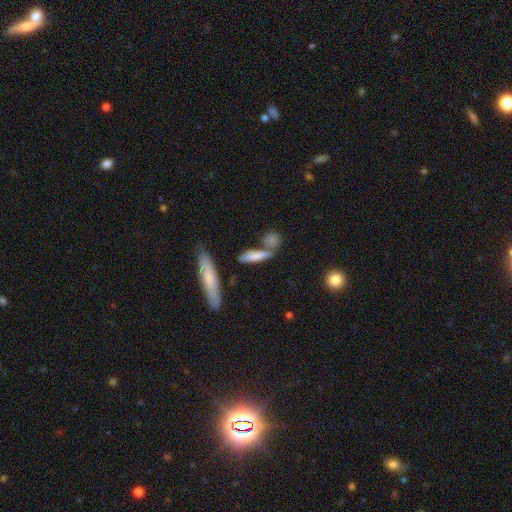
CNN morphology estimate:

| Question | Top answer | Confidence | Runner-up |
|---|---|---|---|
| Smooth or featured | smooth | 73% | featured or disk (20%) |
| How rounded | cigar-shaped | 73% | in between (23%) |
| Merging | none | 59% | merger (22%) |